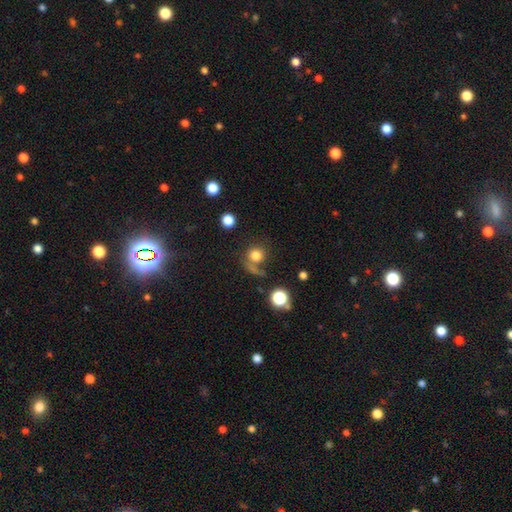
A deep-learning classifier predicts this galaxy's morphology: Smooth or featured? smooth (78%)
How rounded? round (89%)
Merging? none (55%)